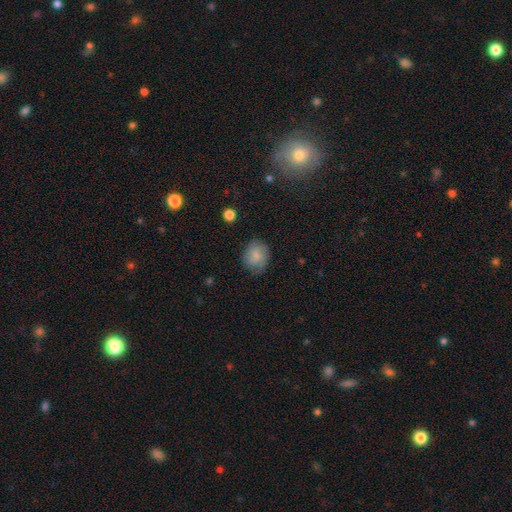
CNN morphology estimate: smooth_or_featured: smooth (p=0.73) [alt: featured or disk p=0.19]
how_rounded: round (p=0.56) [alt: in between p=0.43]
merging: none (p=0.69) [alt: minor disturbance p=0.23]